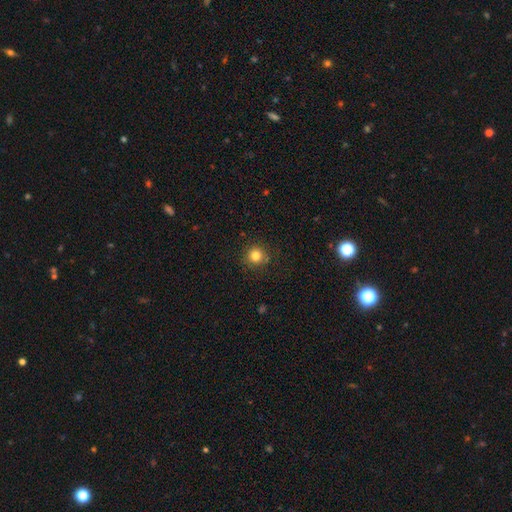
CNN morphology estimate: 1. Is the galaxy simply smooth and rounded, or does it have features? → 82% smooth, 13% star or artifact, 6% featured or disk.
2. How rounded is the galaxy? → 94% round, 5% in between, 1% cigar-shaped.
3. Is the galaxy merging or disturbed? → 88% none, 8% minor disturbance, 2% major disturbance, 2% merger.